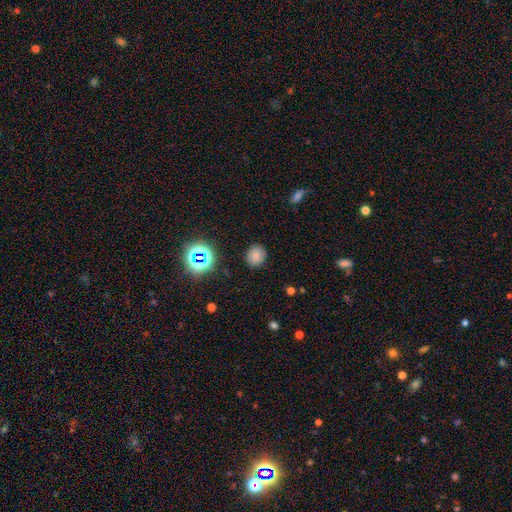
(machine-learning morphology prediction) Overall: smooth (71%). How rounded: round (71%). Merging: none (86%).